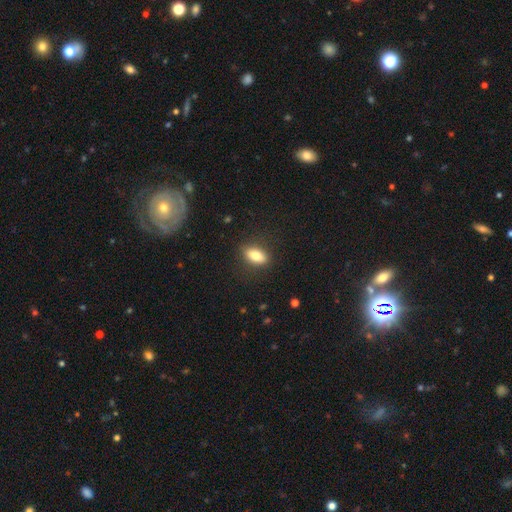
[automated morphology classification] Smooth or featured: smooth — 81% (featured or disk — 11%)
How rounded: in between — 86% (cigar-shaped — 8%)
Merging: none — 85% (minor disturbance — 10%)